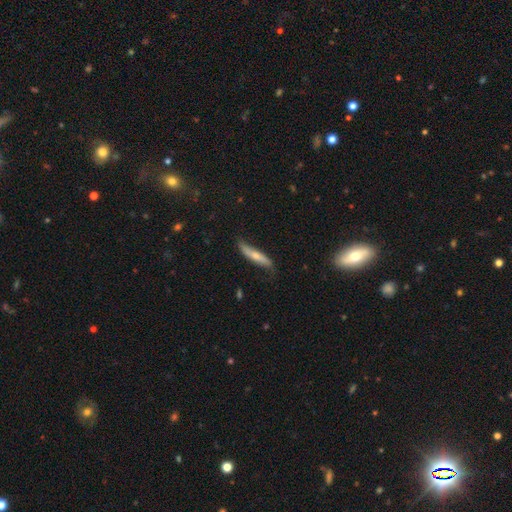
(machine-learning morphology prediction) smooth_or_featured: smooth (p=0.51) [alt: featured or disk p=0.43]
how_rounded: cigar-shaped (p=0.82) [alt: in between p=0.16]
merging: none (p=0.63) [alt: minor disturbance p=0.29]